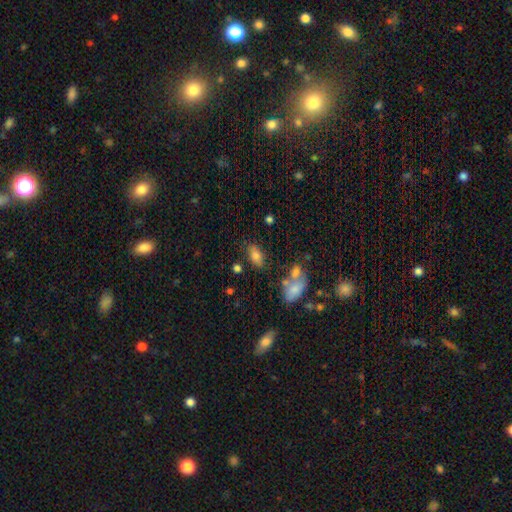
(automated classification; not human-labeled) smooth 77%, featured or disk 12%, star or artifact 10%. Down the decision tree: how rounded — in between (89%); merging — none (70%).